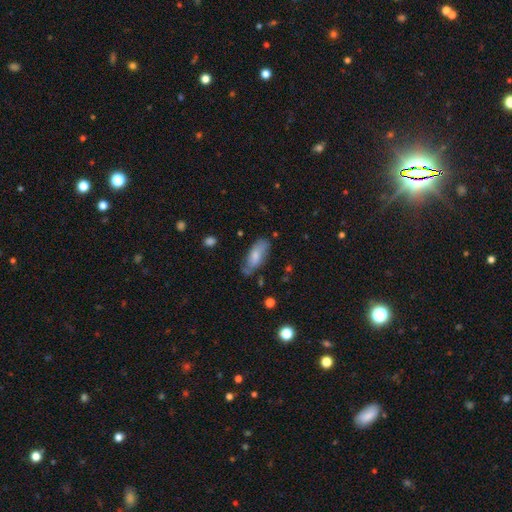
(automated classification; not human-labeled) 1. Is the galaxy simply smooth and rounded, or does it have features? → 67% smooth, 26% featured or disk, 7% star or artifact.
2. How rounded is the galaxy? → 82% in between, 16% cigar-shaped, 2% round.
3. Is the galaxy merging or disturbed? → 59% none, 29% minor disturbance, 8% major disturbance, 3% merger.